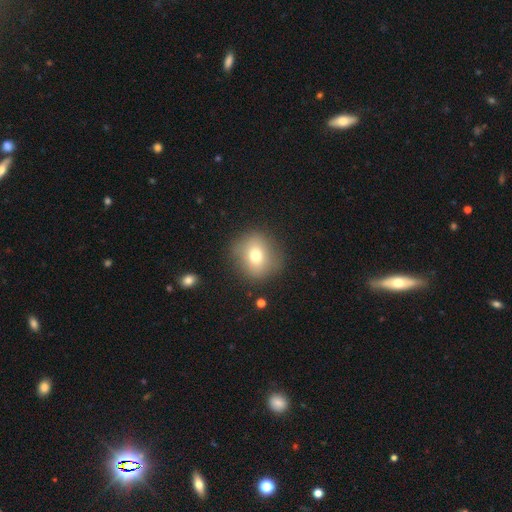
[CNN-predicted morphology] A smooth galaxy with no disk features (72%) that is round (80%).

Vote fractions:
- Smooth or featured? smooth: 72% / featured or disk: 16% / star or artifact: 11%
- How rounded? round: 80% / in between: 19% / cigar-shaped: 1%
- Merging? none: 83% / minor disturbance: 11% / major disturbance: 4% / merger: 2%